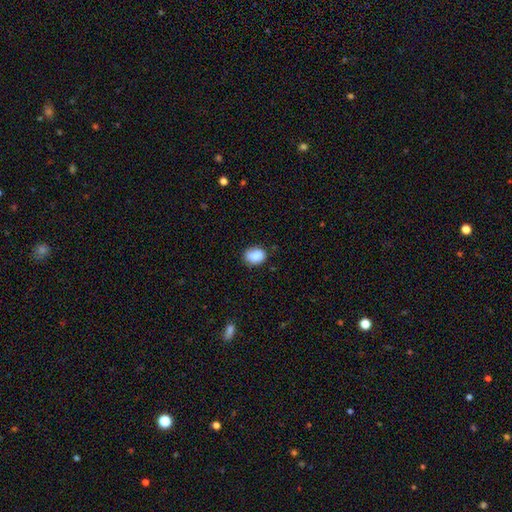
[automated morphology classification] smooth 87%, star or artifact 8%, featured or disk 5%. Down the decision tree: how rounded — in between (60%); merging — none (74%).